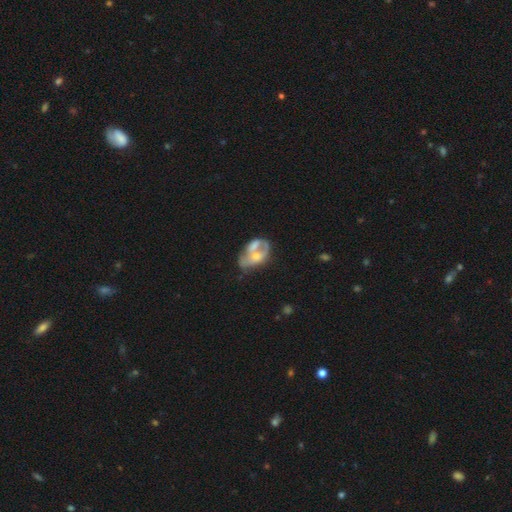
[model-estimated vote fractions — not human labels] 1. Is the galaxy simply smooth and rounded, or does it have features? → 50% featured or disk, 43% smooth, 8% star or artifact.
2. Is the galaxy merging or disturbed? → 51% merger, 18% major disturbance, 17% none, 13% minor disturbance.